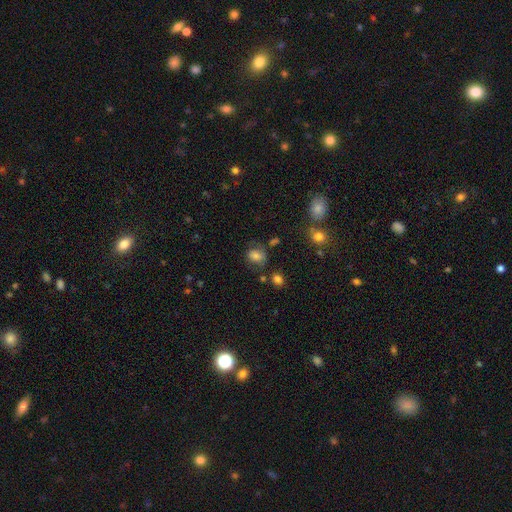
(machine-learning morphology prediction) Smooth or featured? smooth (74%)
How rounded? in between (53%)
Merging? none (63%)